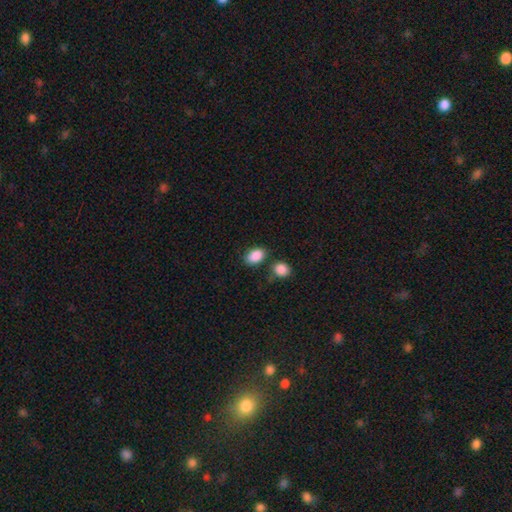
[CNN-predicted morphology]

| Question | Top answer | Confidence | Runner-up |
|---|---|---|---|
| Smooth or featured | smooth | 89% | star or artifact (8%) |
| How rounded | in between | 81% | round (18%) |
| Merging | none | 71% | minor disturbance (14%) |